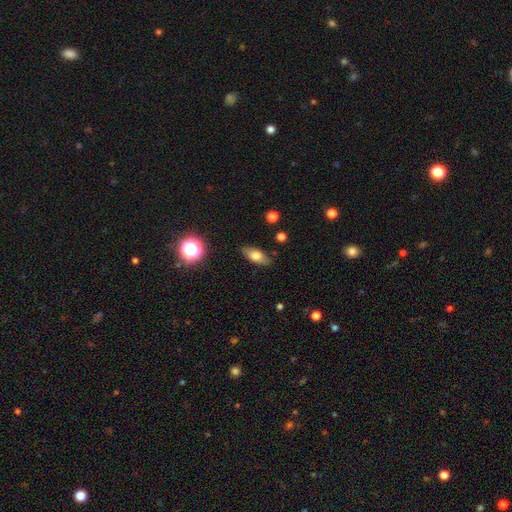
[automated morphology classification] Smooth or featured? Predicted: smooth (p=0.70). How rounded? Predicted: in between (p=0.79). Merging? Predicted: none (p=0.84).